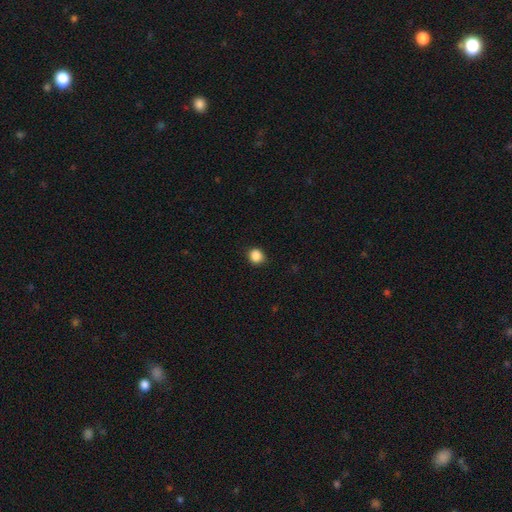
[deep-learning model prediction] Smooth or featured?
  - smooth: 87% *
  - star or artifact: 10%
  - featured or disk: 3%
How rounded?
  - round: 82% *
  - in between: 17%
  - cigar-shaped: 1%
Merging?
  - none: 87% *
  - minor disturbance: 10%
  - major disturbance: 2%
  - merger: 1%